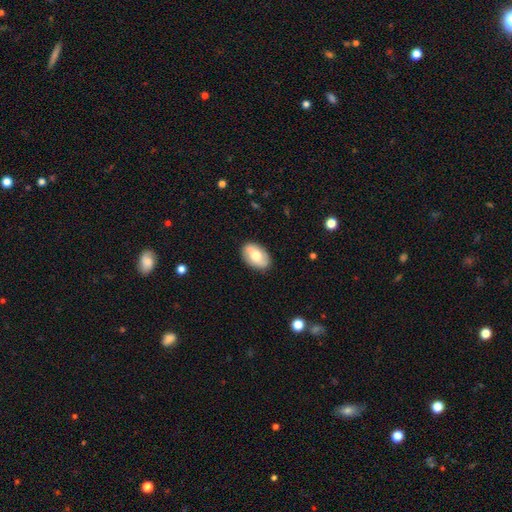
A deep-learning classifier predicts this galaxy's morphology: Overall: smooth (58%; featured or disk 35%). How rounded: in between (88%). Merging: none (80%).